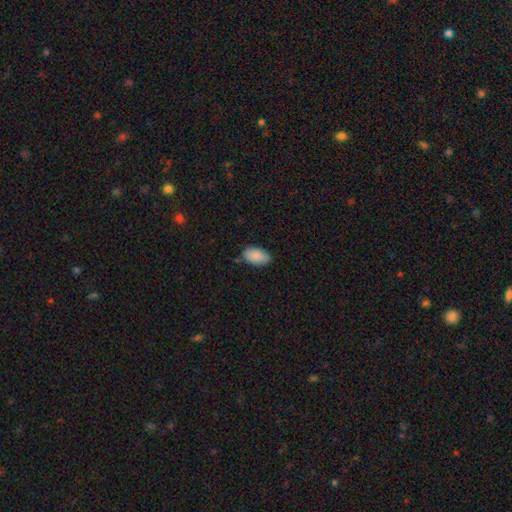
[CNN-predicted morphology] This is clearly a smooth galaxy (87%). How rounded: clearly in between (94%). Merging: likely none (79%).